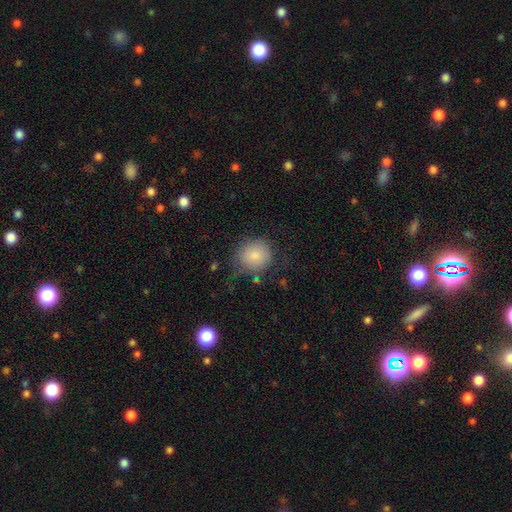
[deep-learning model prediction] Smooth or featured? Predicted: smooth (p=0.83). How rounded? Predicted: round (p=0.85). Merging? Predicted: none (p=0.68).